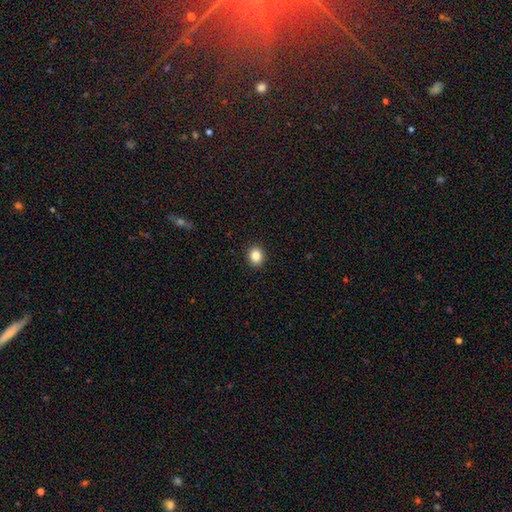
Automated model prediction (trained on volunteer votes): Smooth or featured: smooth — 86% (star or artifact — 10%)
How rounded: round — 69% (in between — 31%)
Merging: none — 92% (minor disturbance — 6%)